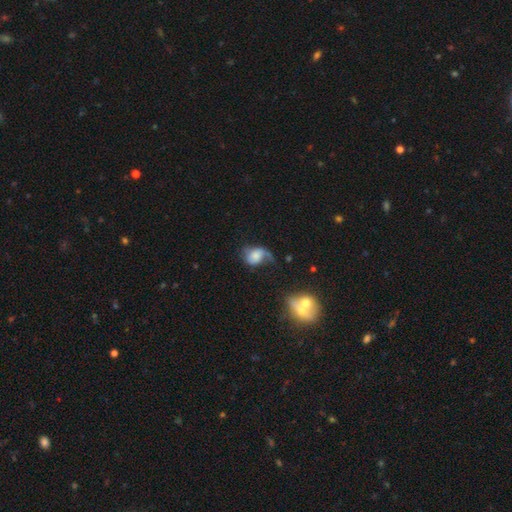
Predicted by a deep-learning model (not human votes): This appears to be a smooth galaxy with no disk features (46%). Merging: major disturbance (36%).